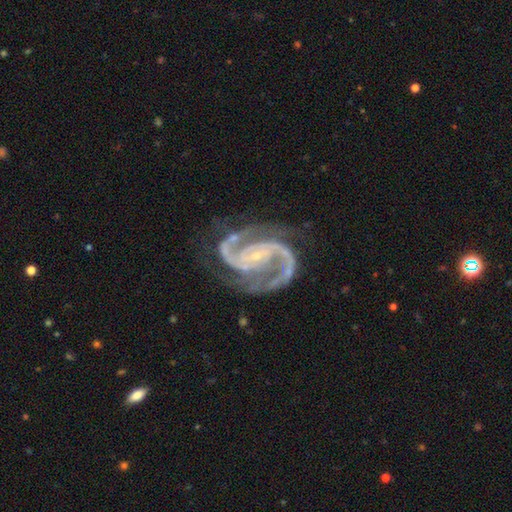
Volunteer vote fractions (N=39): smooth_or_featured: featured or disk (p=0.97) [alt: star or artifact p=0.03]
disk_edge_on: no (p=0.97) [alt: yes p=0.03]
bar: strong (p=0.38) [tied with: no p=0.38]
has_spiral_arms: yes (p=1.00)
spiral_winding: medium (p=0.70) [alt: tight p=0.24]
spiral_arm_count: 2 (p=0.92) [alt: 1 p=0.03]
bulge_size: small (p=0.89) [alt: moderate p=0.05]
merging: none (p=0.63) [alt: minor disturbance p=0.29]